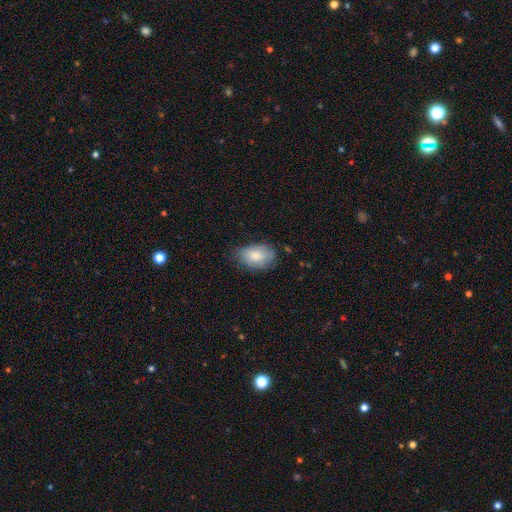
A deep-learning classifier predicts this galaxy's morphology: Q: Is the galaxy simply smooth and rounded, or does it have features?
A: smooth — 75%.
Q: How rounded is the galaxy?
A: in between — 89%.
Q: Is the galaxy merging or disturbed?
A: none — 65%.